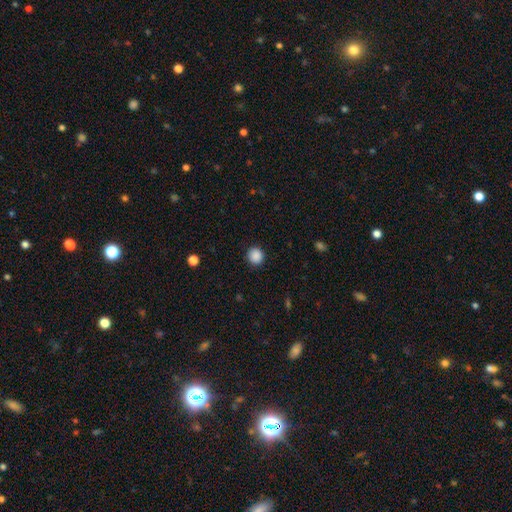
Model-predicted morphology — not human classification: Overall: smooth (88%). How rounded: round (91%). Merging: none (91%).